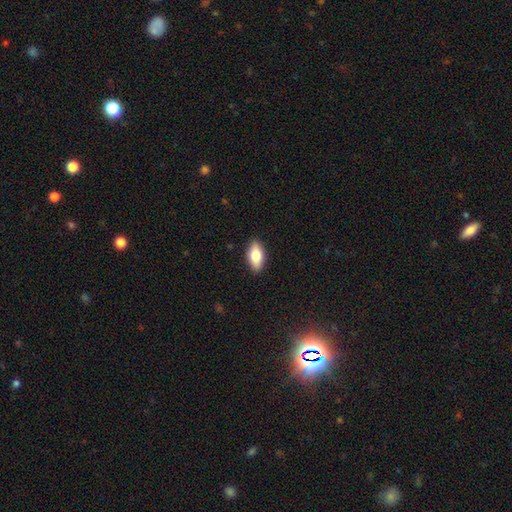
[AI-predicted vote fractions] smooth-or-featured: smooth: 78% | featured or disk: 16% | star or artifact: 7%
  how-rounded: in between: 88% | cigar-shaped: 9% | round: 3%
  merging: none: 89% | minor disturbance: 8% | major disturbance: 2% | merger: 1%